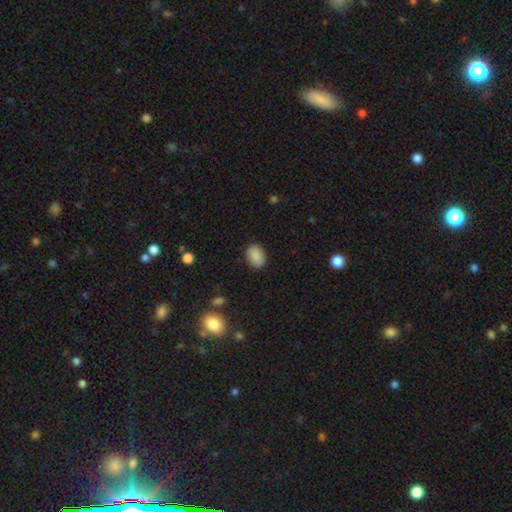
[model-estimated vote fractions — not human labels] Morphology: type=smooth (88%); roundness=in between (75%); merging=none (86%).